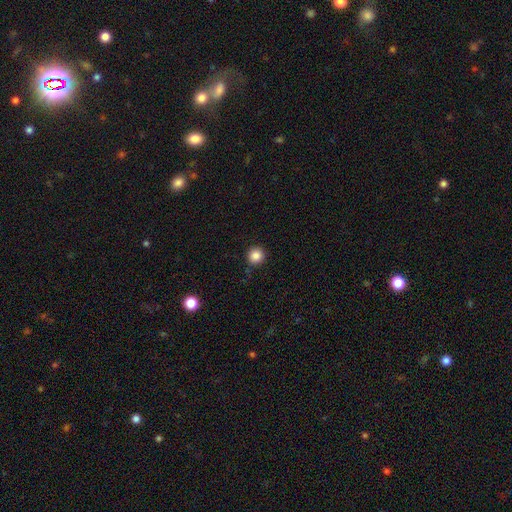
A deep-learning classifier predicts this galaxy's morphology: Smooth or featured: smooth — 86% (star or artifact — 11%)
How rounded: round — 94% (in between — 5%)
Merging: none — 89% (minor disturbance — 8%)